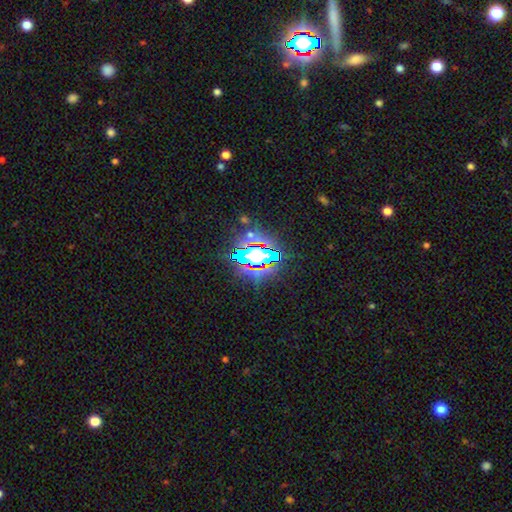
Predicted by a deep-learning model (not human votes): smooth-or-featured: star or artifact: 68% | smooth: 18% | featured or disk: 14%